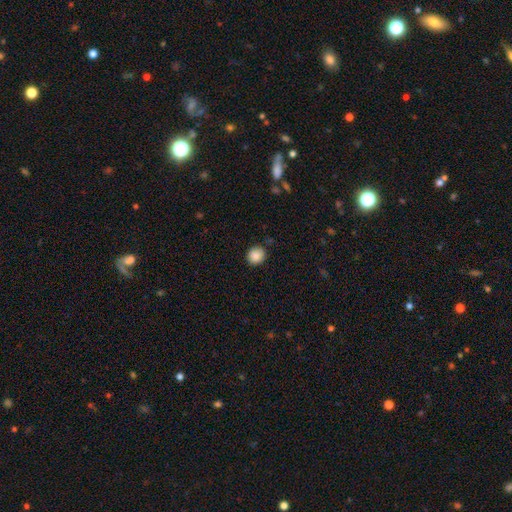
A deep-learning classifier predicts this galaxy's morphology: smooth_or_featured: smooth (p=0.88) [alt: star or artifact p=0.09]
how_rounded: round (p=0.83) [alt: in between p=0.16]
merging: none (p=0.86) [alt: minor disturbance p=0.10]